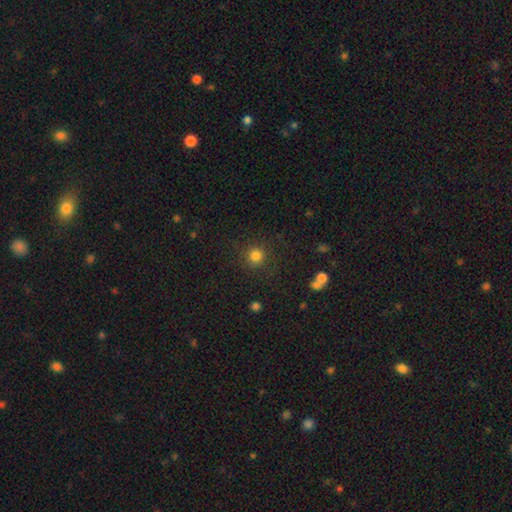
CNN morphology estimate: smooth 82%, star or artifact 13%, featured or disk 5%. Down the decision tree: how rounded — round (94%); merging — none (87%).